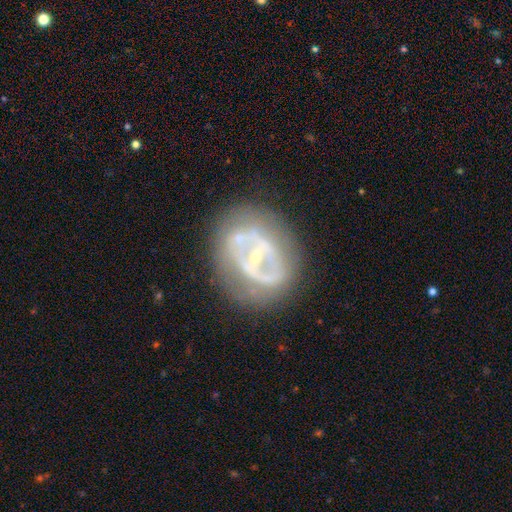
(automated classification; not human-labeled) This is likely a featured or disk galaxy (76%). It is clearly not viewed edge-on (95%). Bar: marginally strong (37%). Spiral arm pattern: possibly no (59%). Central bulge: likely small (66%). Merging: likely none (63%).